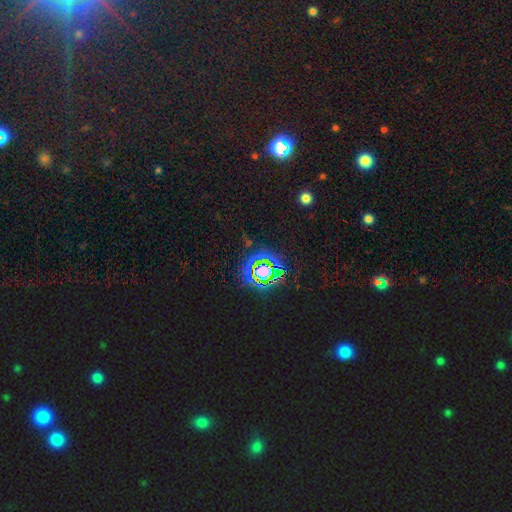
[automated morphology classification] Q: Smooth or featured?
A: star or artifact (77%); runner-up: smooth (15%)